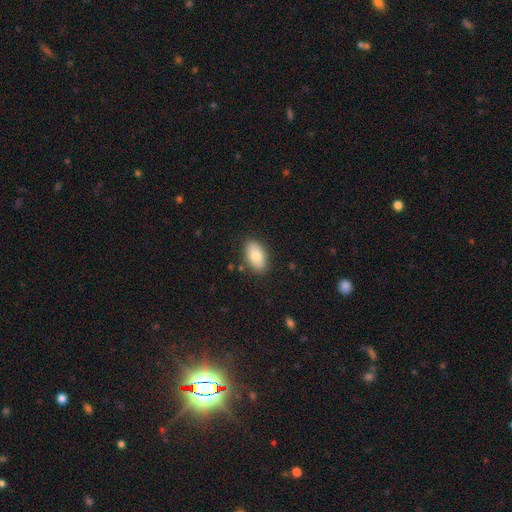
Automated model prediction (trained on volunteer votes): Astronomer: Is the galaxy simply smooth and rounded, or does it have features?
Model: smooth — 79%.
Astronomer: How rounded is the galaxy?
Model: in between — 92%.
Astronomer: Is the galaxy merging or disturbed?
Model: none — 85%.